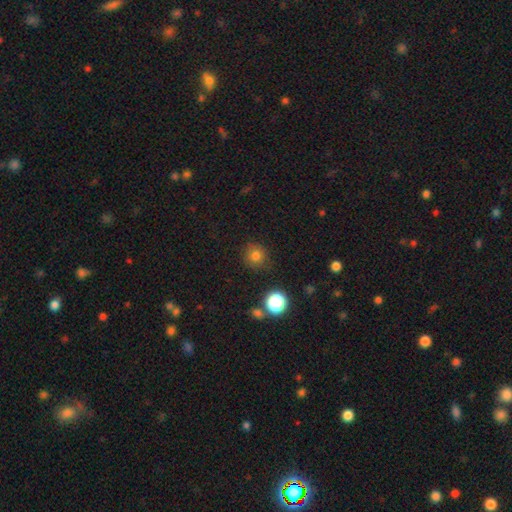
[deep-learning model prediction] A smooth galaxy with no disk features (77%) that is round (93%). Merging: none (86%).